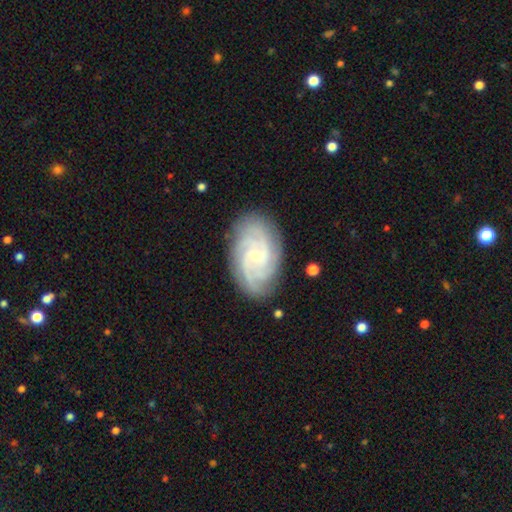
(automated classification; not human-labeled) A featured or disk galaxy (88%) with no bar (60%), 4 (32%) tight (71%) spiral arms (98%) and a small central bulge (78%).

Vote fractions:
- Smooth or featured? featured or disk: 88% / smooth: 7% / star or artifact: 5%
- Edge-on disk? no: 97% / yes: 3%
- Bar? no: 60% / weak: 33% / strong: 7%
- Spiral arms? yes: 98% / no: 2%
- Spiral winding? tight: 71% / medium: 25% / loose: 4%
- Spiral arm count? 4: 32% / 3: 24% / can't tell: 17% / 2: 12% / more than 4: 9% / 1: 7%
- Bulge size? small: 78% / moderate: 18% / none: 3% / large: 1% / dominant: 1%
- Merging? none: 83% / minor disturbance: 12% / major disturbance: 3% / merger: 1%